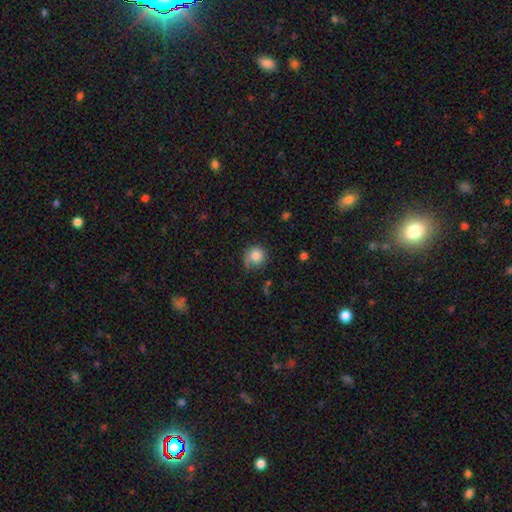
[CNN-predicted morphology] This appears to be a smooth galaxy with no disk features (82%) that is round (90%). Merging: none (65%).